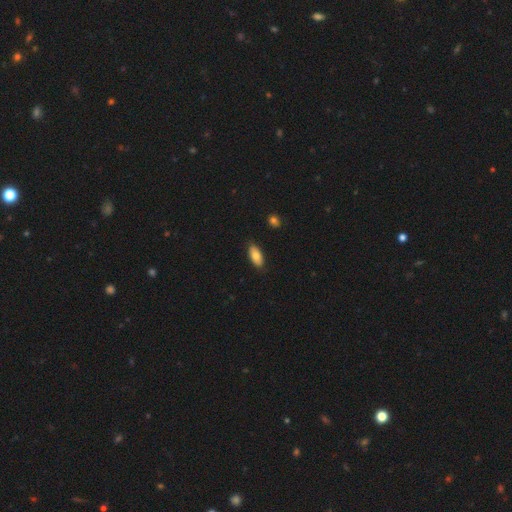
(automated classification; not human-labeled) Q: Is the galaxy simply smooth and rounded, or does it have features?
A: smooth — 79%.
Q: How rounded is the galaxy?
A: in between — 90%.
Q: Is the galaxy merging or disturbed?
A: none — 85%.